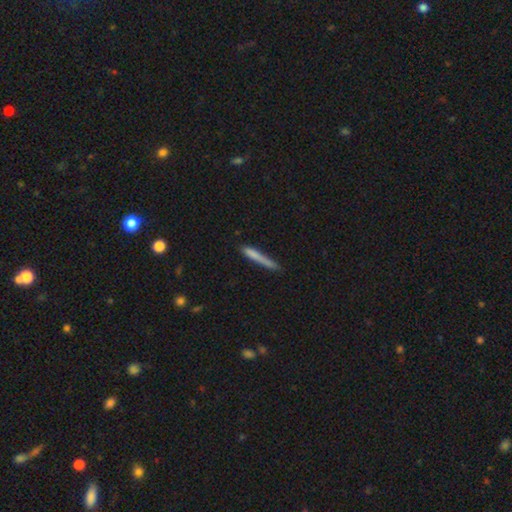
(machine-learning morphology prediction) A smooth galaxy with no disk features (76%) that is cigar-shaped (94%).

Vote fractions:
- Smooth or featured? smooth: 76% / featured or disk: 17% / star or artifact: 7%
- How rounded? cigar-shaped: 94% / in between: 4% / round: 1%
- Merging? none: 70% / minor disturbance: 21% / major disturbance: 5% / merger: 4%